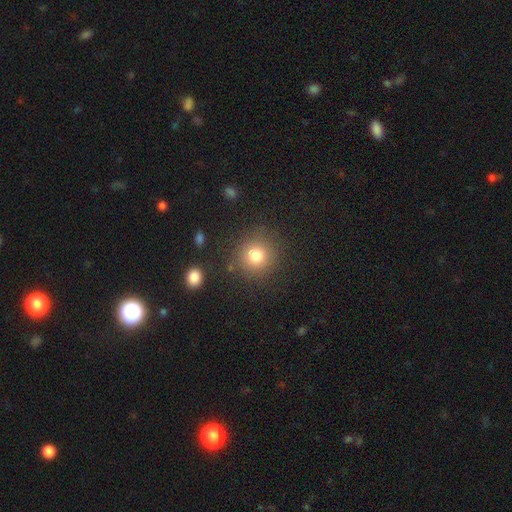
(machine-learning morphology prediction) Overall: smooth (79%). How rounded: round (91%). Merging: none (82%).